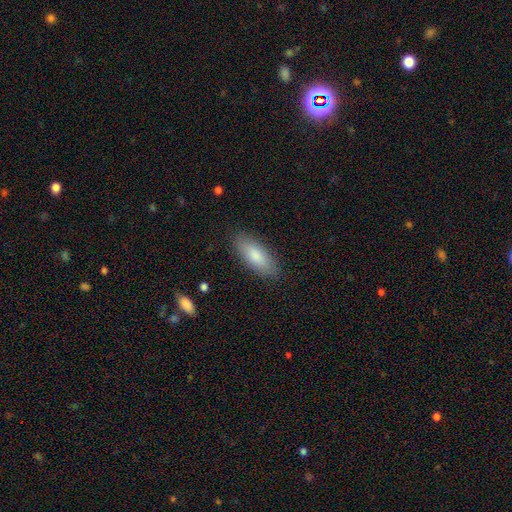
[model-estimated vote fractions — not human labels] Smooth or featured? smooth (82%)
How rounded? in between (75%)
Merging? none (86%)